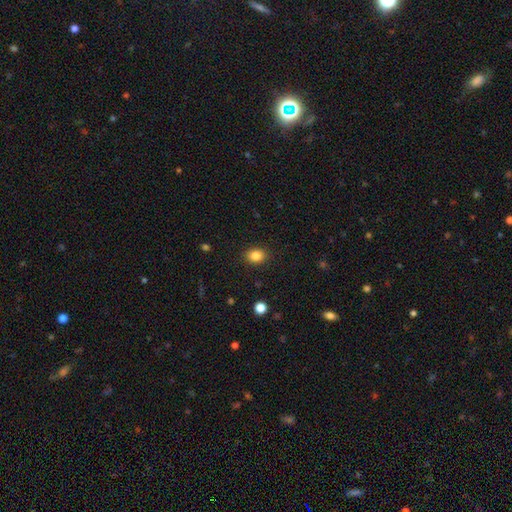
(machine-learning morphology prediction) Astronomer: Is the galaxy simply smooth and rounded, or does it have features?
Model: smooth — 85%.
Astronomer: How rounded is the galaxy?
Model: in between — 54% (runner-up: round, 45%).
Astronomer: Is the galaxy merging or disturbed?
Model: none — 89%.